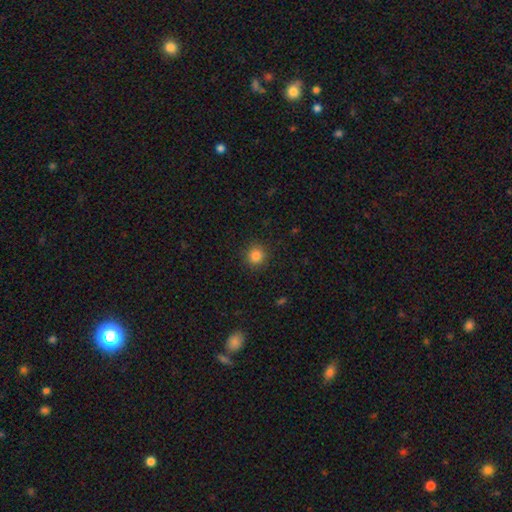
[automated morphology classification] This is clearly a smooth galaxy (84%). How rounded: clearly round (91%). Merging: clearly none (90%).